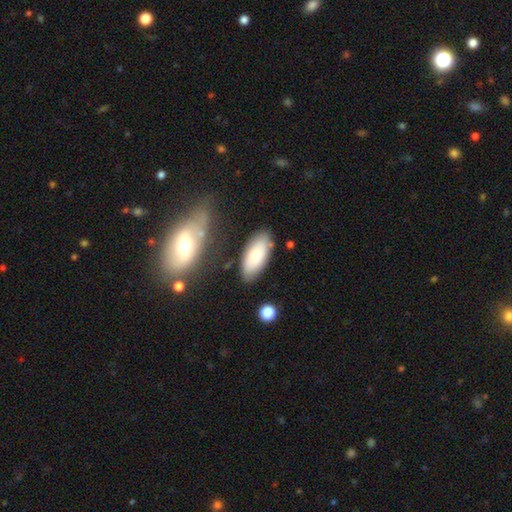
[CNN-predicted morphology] Smooth or featured? smooth (72%)
How rounded? in between (88%)
Merging? none (78%)